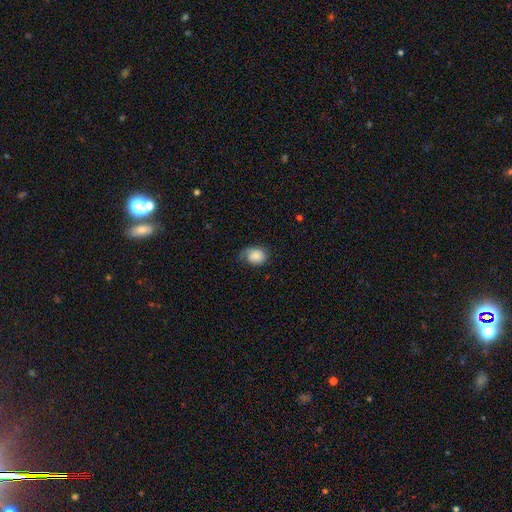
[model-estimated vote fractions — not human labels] Morphology: type=smooth (75%); roundness=in between (62%); merging=none (47%).